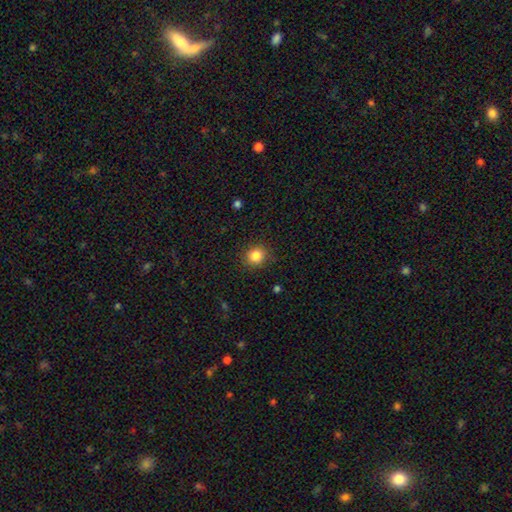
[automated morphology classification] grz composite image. It shows a smooth galaxy with no disk features (84%) that is round (88%). Merging: none (87%).